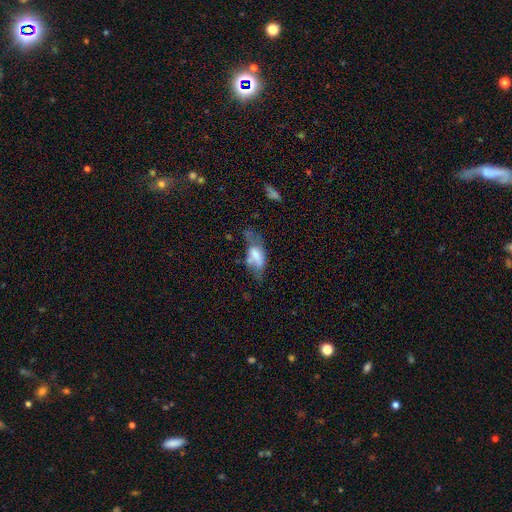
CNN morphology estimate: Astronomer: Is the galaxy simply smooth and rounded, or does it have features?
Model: smooth — 56% (runner-up: featured or disk, 35%).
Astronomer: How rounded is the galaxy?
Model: in between — 81%.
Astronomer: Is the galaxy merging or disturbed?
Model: none — 31% (runner-up: minor disturbance, 28%).